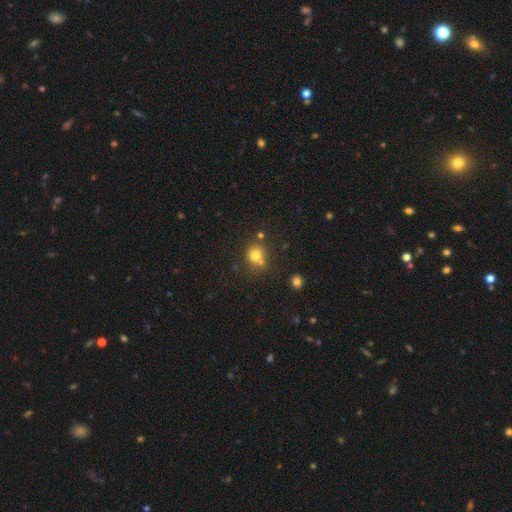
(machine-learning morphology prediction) type=smooth (75%); roundness=round (83%); merging=none (60%).